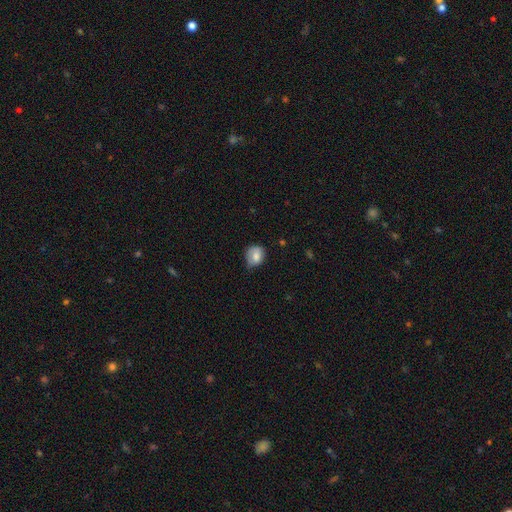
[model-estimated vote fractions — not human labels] smooth 77%, featured or disk 14%, star or artifact 8%. Down the decision tree: how rounded — round (58%); merging — none (46%).